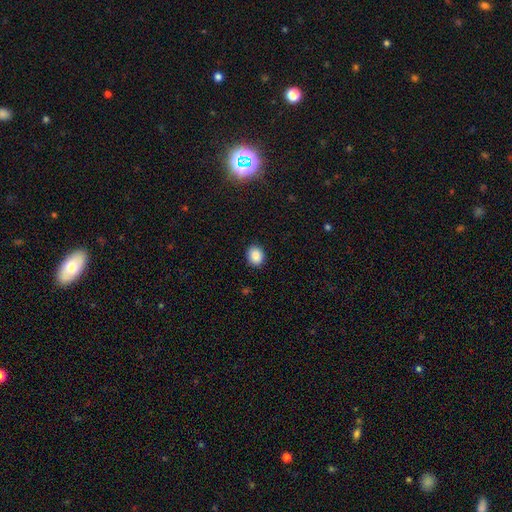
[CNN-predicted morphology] Smooth or featured: smooth — 88% (star or artifact — 9%)
How rounded: round — 60% (in between — 39%)
Merging: none — 89% (minor disturbance — 8%)